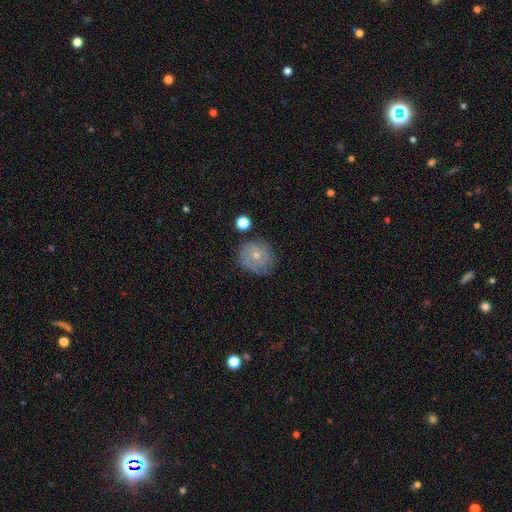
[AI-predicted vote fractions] A smooth galaxy with no disk features (54%) that is round (81%).

Vote fractions:
- Smooth or featured? smooth: 54% / featured or disk: 37% / star or artifact: 9%
- How rounded? round: 81% / in between: 18% / cigar-shaped: 1%
- Merging? none: 73% / minor disturbance: 19% / major disturbance: 5% / merger: 3%